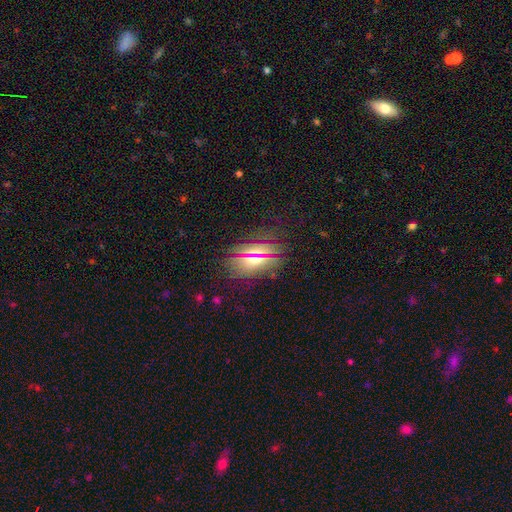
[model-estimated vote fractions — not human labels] This appears to be a featured or disk galaxy (35%). Merging: none (69%).